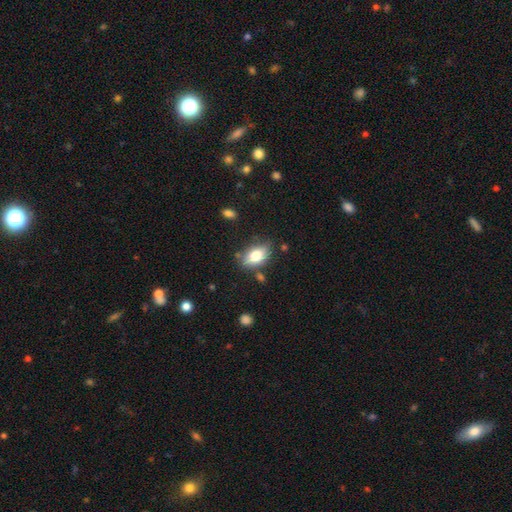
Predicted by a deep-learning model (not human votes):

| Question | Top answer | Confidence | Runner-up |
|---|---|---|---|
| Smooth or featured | smooth | 78% | featured or disk (14%) |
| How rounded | in between | 88% | round (9%) |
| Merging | none | 74% | minor disturbance (17%) |